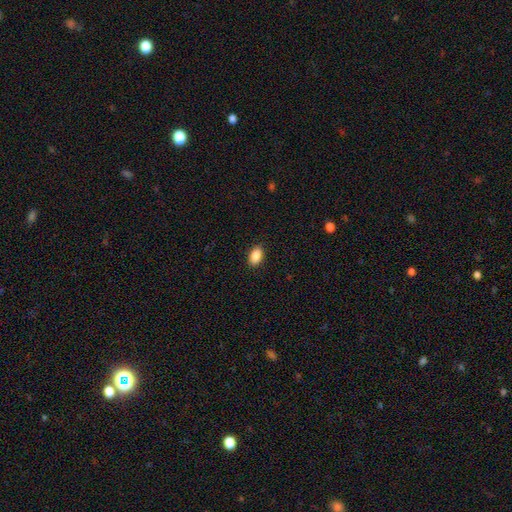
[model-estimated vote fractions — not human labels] Smooth or featured? Predicted: smooth (p=0.89). How rounded? Predicted: in between (p=0.92). Merging? Predicted: none (p=0.89).